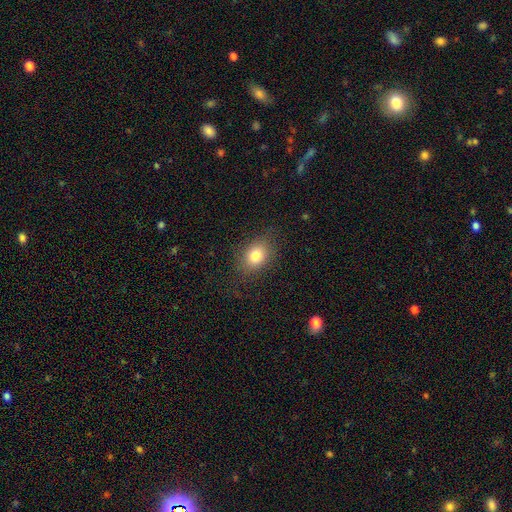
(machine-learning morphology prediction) Smooth or featured? smooth (80%)
How rounded? in between (65%)
Merging? none (81%)